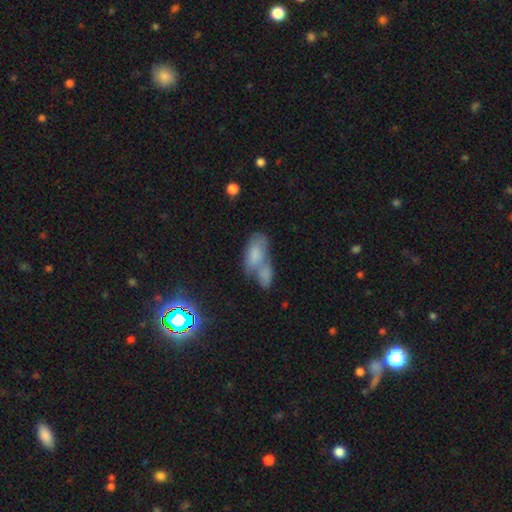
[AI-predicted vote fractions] A smooth galaxy with no disk features (68%) that is in between round and cigar-shaped (91%).

Vote fractions:
- Smooth or featured? smooth: 68% / featured or disk: 19% / star or artifact: 13%
- How rounded? in between: 91% / round: 5% / cigar-shaped: 5%
- Merging? merger: 62% / none: 21% / minor disturbance: 10% / major disturbance: 7%